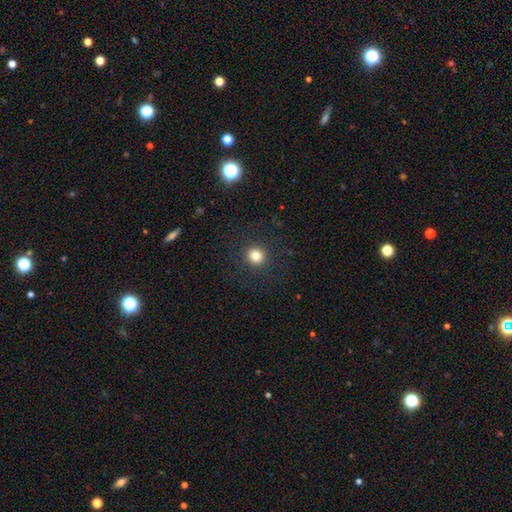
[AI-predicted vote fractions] smooth-or-featured: smooth: 83% | star or artifact: 12% | featured or disk: 5%
  how-rounded: round: 92% | in between: 7% | cigar-shaped: 1%
  merging: none: 90% | minor disturbance: 6% | major disturbance: 3% | merger: 1%